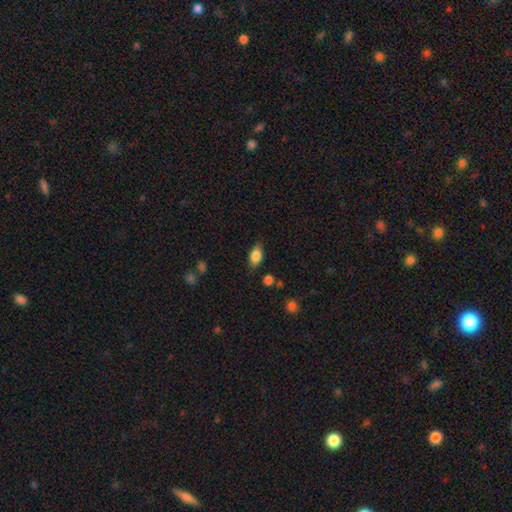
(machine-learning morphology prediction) smooth 84%, featured or disk 8%, star or artifact 8%. Down the decision tree: how rounded — in between (89%); merging — none (80%).